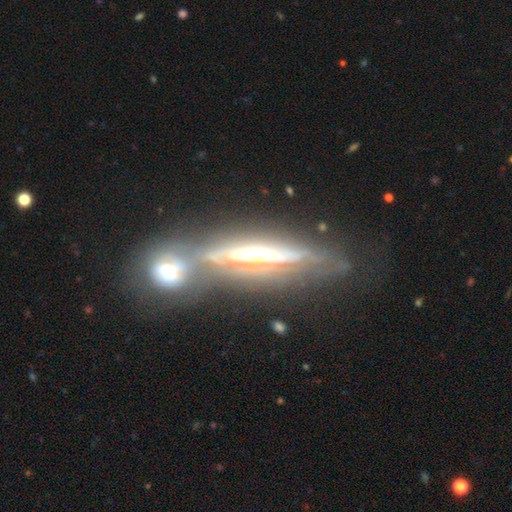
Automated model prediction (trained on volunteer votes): A featured or disk galaxy (83%) viewed edge-on (77%) with a rounded central bulge (67%).

Vote fractions:
- Smooth or featured? featured or disk: 83% / smooth: 10% / star or artifact: 7%
- Edge-on disk? yes: 77% / no: 23%
- Edge-on bulge? rounded: 67% / none: 19% / boxy: 14%
- Merging? merger: 42% / none: 37% / minor disturbance: 13% / major disturbance: 9%